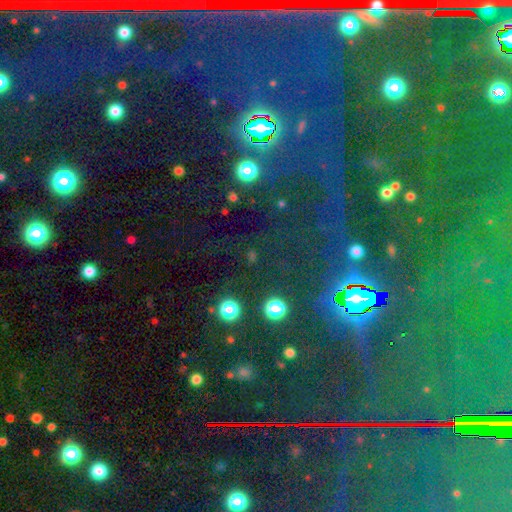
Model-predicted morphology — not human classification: Smooth or featured? Predicted: star or artifact (p=0.77).